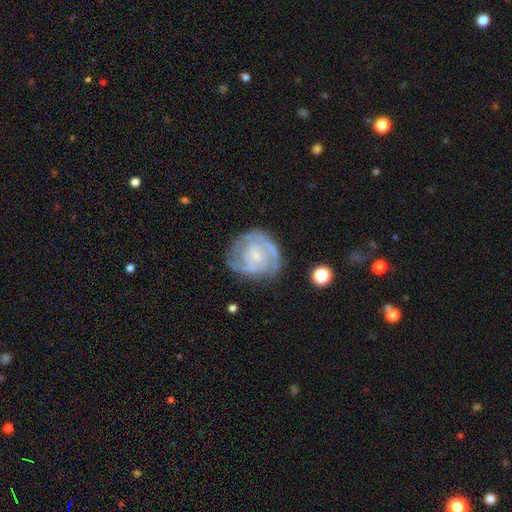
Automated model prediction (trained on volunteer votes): Smooth or featured: featured or disk — 80% (smooth — 14%)
Edge-on disk: no — 98% (yes — 2%)
Bar: no — 53% (weak — 39%)
Spiral arms: yes — 92% (no — 8%)
Spiral winding: tight — 55% (medium — 36%)
Spiral arm count: 2 — 43% (can't tell — 24%)
Bulge size: small — 52% (none — 25%)
Merging: none — 68% (minor disturbance — 19%)